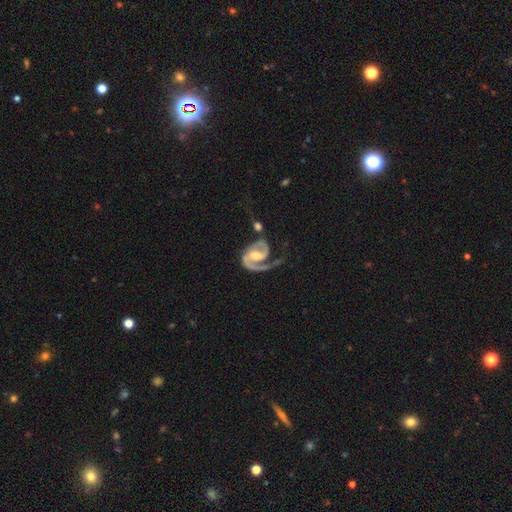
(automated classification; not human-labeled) Morphology: type=featured or disk (91%); edge-on=no (98%); bar=weak (47%); spiral arms=yes (97%); winding=medium (47%); arm count=2 (57%); bulge=moderate (58%); merging=none (43%).